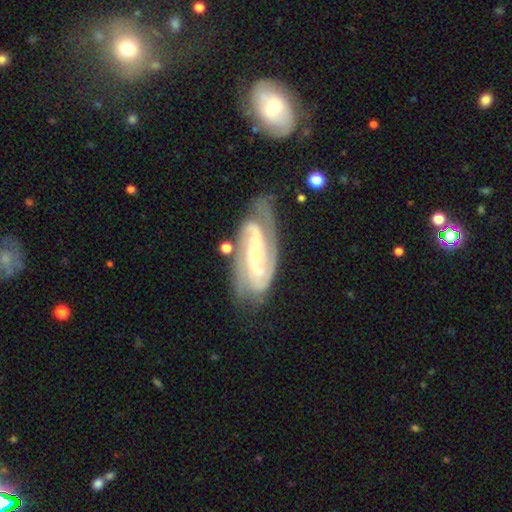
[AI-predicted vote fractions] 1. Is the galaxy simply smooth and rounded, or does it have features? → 88% featured or disk, 7% smooth, 5% star or artifact.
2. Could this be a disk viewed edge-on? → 94% no, 6% yes.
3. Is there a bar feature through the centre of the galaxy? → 42% strong, 34% weak, 24% no.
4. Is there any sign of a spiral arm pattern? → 97% yes, 3% no.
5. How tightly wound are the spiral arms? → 44% tight, 43% medium, 12% loose.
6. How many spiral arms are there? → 73% 2, 10% 3, 9% can't tell, 3% 1, 3% 4, 2% more than 4.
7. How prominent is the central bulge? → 67% small, 25% moderate, 5% none, 2% large, 1% dominant.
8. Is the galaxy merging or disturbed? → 66% none, 21% minor disturbance, 9% major disturbance, 4% merger.